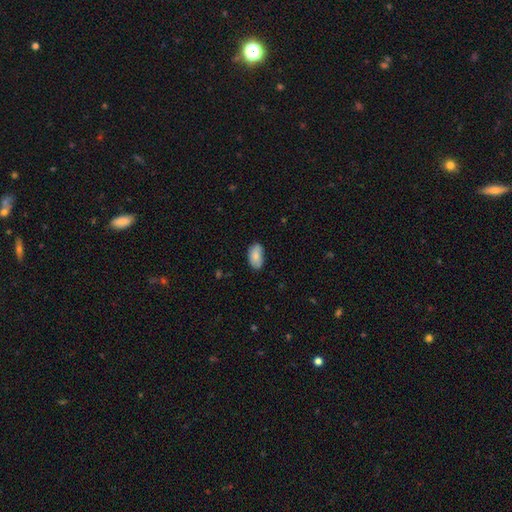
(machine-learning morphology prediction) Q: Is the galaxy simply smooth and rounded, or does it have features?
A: smooth — 81%.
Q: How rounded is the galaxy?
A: in between — 94%.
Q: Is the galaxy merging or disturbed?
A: none — 72%.